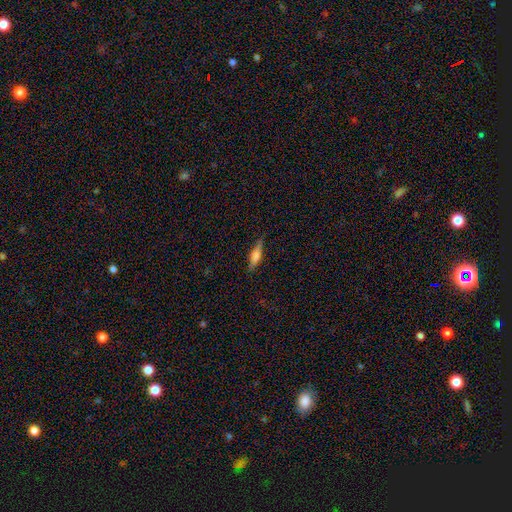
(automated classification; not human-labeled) Smooth or featured? Predicted: smooth (p=0.49). Merging? Predicted: none (p=0.83).